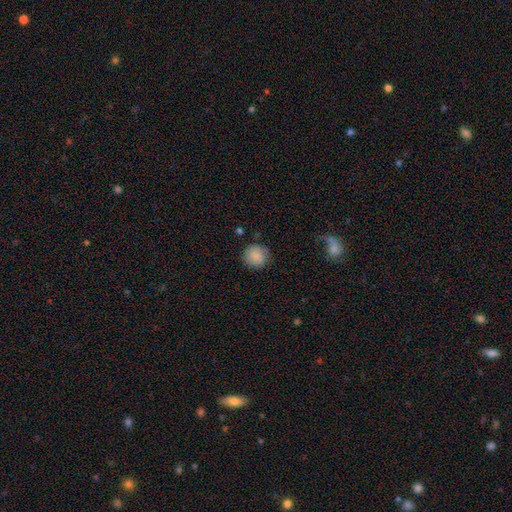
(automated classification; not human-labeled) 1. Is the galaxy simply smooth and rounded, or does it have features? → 86% smooth, 8% star or artifact, 5% featured or disk.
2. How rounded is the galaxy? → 90% round, 9% in between, 1% cigar-shaped.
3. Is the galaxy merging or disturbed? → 82% none, 13% minor disturbance, 4% major disturbance, 2% merger.